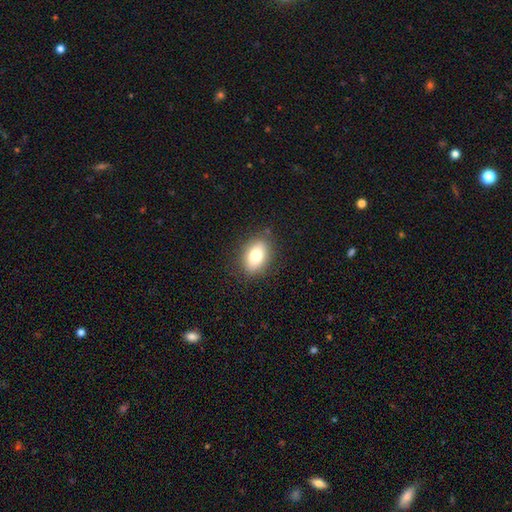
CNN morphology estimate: The model was most divided on "smooth or featured": smooth: 78%, featured or disk: 13%, star or artifact: 8%. More confident: merging — none (86%); how rounded — in between (85%).